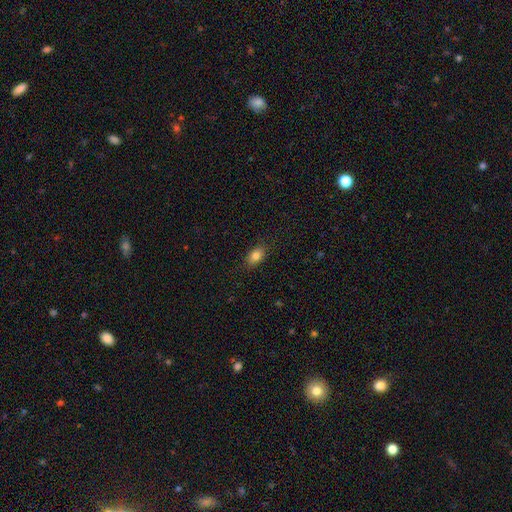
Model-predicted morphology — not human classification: smooth 83%, star or artifact 9%, featured or disk 8%. Down the decision tree: how rounded — in between (86%); merging — none (86%).